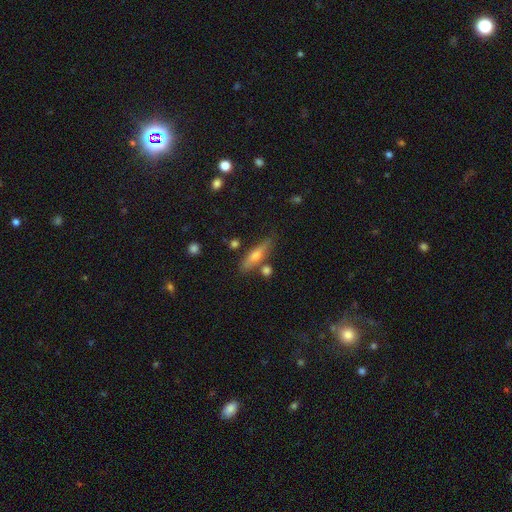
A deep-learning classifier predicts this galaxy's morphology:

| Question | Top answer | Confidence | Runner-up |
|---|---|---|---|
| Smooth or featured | smooth | 48% | featured or disk (44%) |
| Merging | none | 76% | minor disturbance (13%) |